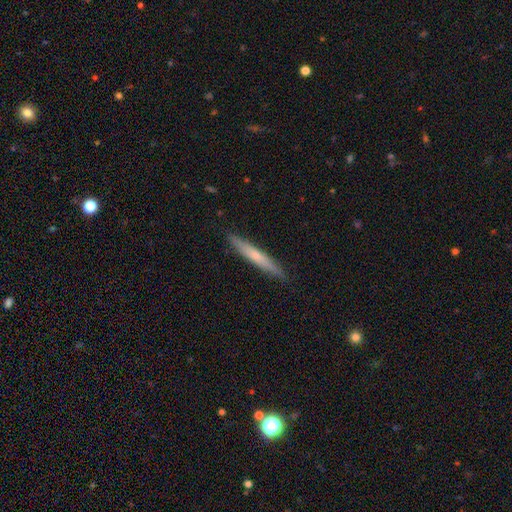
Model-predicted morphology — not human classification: The model was most divided on "smooth or featured": smooth: 54%, featured or disk: 40%, star or artifact: 6%. More confident: how rounded — cigar-shaped (95%); merging — none (90%).